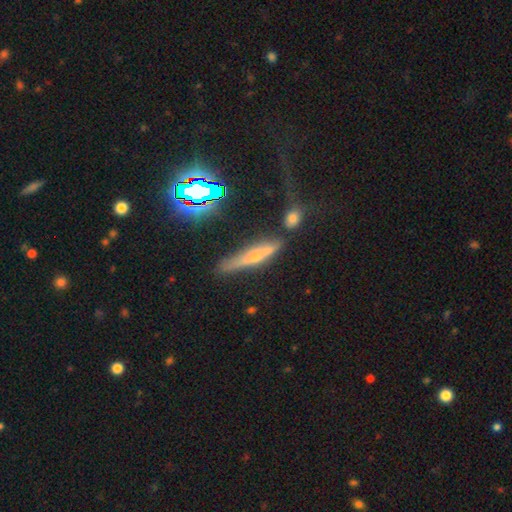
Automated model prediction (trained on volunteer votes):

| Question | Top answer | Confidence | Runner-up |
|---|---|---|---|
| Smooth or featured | featured or disk | 44% | smooth (39%) |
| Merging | none | 63% | minor disturbance (20%) |